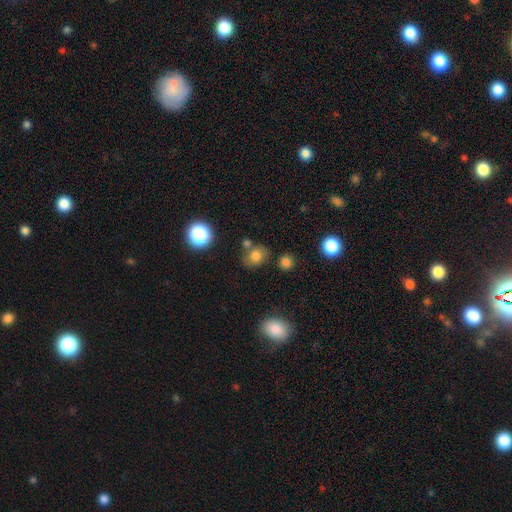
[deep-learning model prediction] A smooth galaxy with no disk features (76%) that is round (56%). Merging: none (65%).